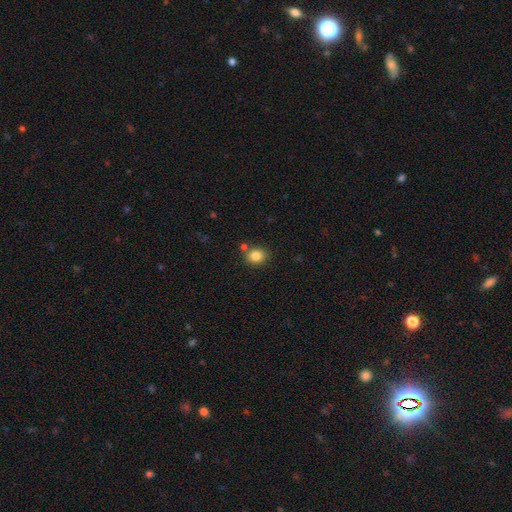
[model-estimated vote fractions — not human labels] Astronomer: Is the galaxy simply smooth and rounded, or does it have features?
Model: smooth — 84%.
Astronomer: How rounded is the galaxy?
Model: round — 71%.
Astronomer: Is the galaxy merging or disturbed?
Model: none — 76%.